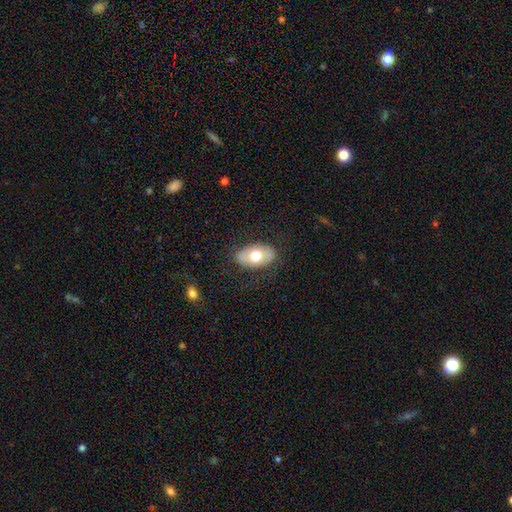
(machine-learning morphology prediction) Smooth or featured? Predicted: smooth (p=0.61). How rounded? Predicted: in between (p=0.90). Merging? Predicted: none (p=0.80).